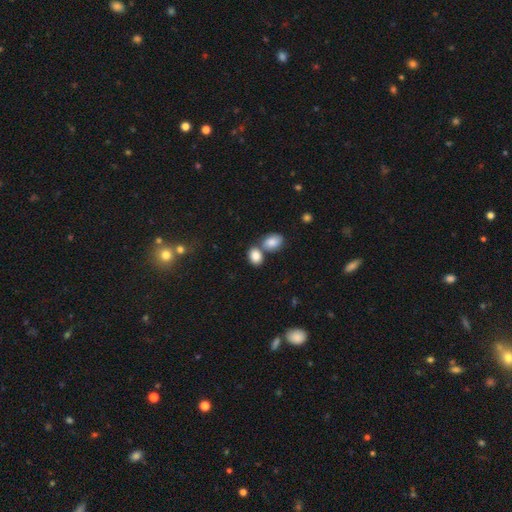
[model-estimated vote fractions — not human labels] Smooth or featured? Predicted: smooth (p=0.85). How rounded? Predicted: in between (p=0.73). Merging? Predicted: none (p=0.44).